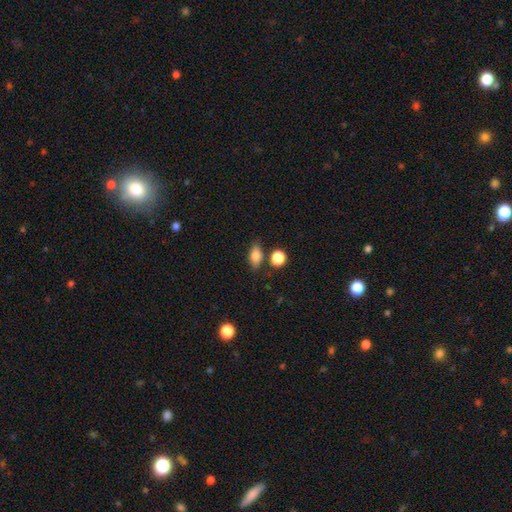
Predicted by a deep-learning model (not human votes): smooth-or-featured: smooth: 81% | featured or disk: 10% | star or artifact: 9%
  how-rounded: in between: 81% | round: 12% | cigar-shaped: 6%
  merging: none: 75% | minor disturbance: 14% | merger: 8% | major disturbance: 4%